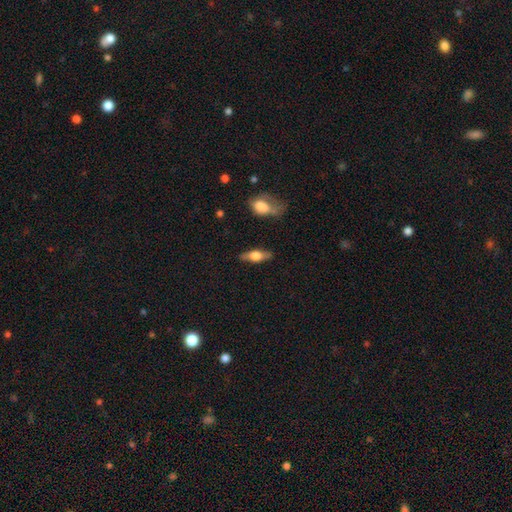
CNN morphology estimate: featured or disk 47% (tied), smooth 47% (tied), star or artifact 6%. Down the decision tree: merging — none (83%).